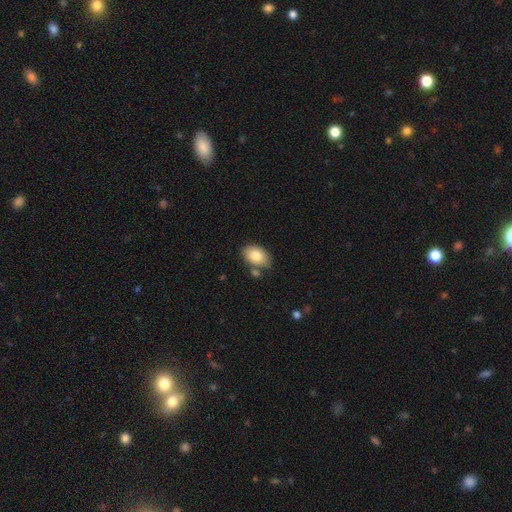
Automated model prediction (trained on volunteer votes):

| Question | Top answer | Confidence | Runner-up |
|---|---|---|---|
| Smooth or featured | smooth | 81% | featured or disk (12%) |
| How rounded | in between | 87% | round (12%) |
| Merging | none | 70% | minor disturbance (16%) |